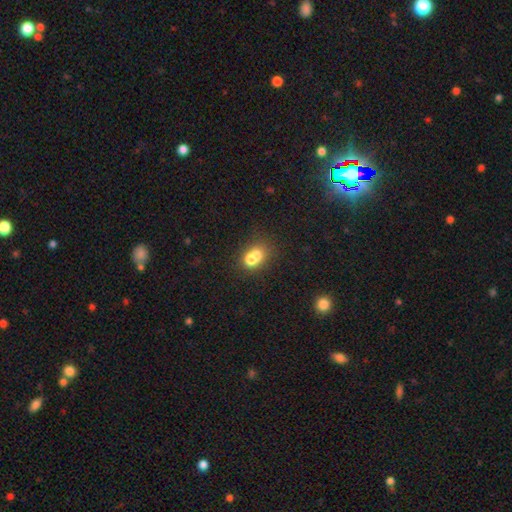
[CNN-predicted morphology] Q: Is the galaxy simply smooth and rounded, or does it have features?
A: smooth — 67%.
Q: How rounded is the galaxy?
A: round — 59%.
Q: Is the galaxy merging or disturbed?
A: merger — 60%.